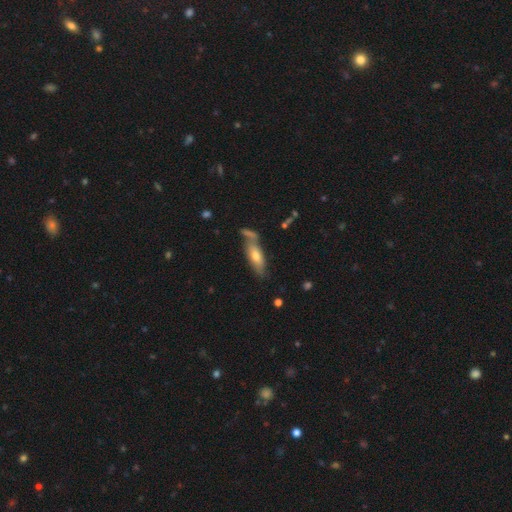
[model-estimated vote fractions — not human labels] This appears to be a smooth galaxy with no disk features (62%) that is in between round and cigar-shaped (58%). Merging: none (61%).